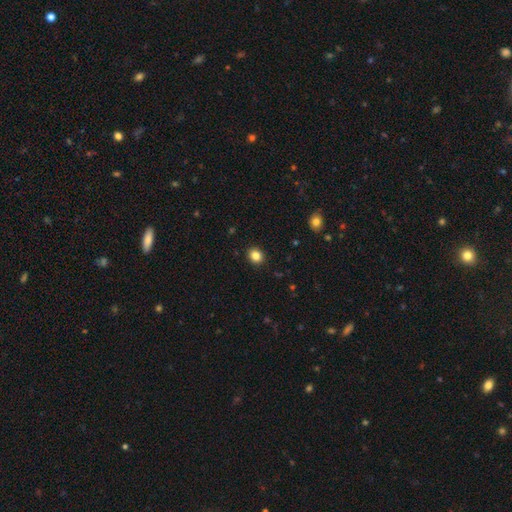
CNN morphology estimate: smooth-or-featured: smooth: 84% | star or artifact: 11% | featured or disk: 5%
  how-rounded: round: 74% | in between: 25% | cigar-shaped: 1%
  merging: none: 92% | minor disturbance: 6% | major disturbance: 2% | merger: 1%